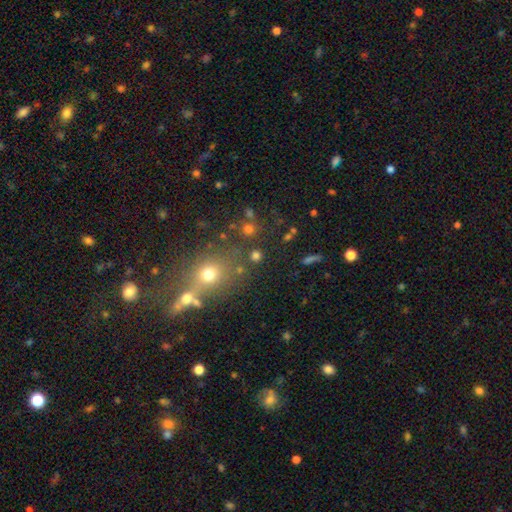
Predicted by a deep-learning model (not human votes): Smooth or featured? smooth (67%)
How rounded? round (84%)
Merging? none (74%)